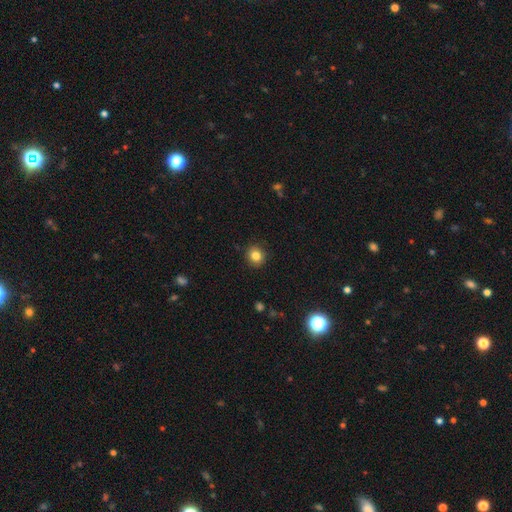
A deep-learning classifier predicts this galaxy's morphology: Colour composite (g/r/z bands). It shows a smooth galaxy with no disk features (83%) that is round (87%). Merging: none (91%).